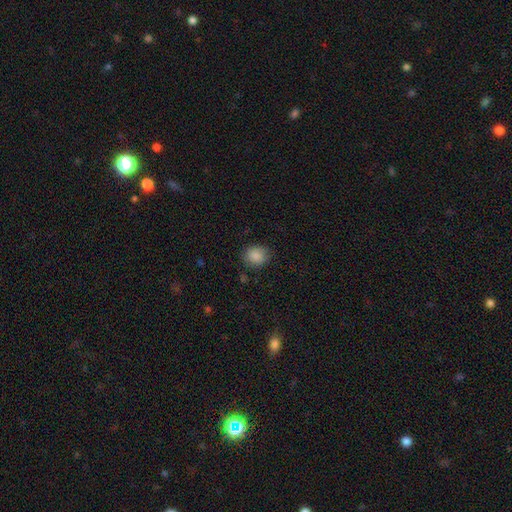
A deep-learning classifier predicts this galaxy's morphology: A smooth galaxy with no disk features (88%) that is round (65%).

Vote fractions:
- Smooth or featured? smooth: 88% / star or artifact: 8% / featured or disk: 4%
- How rounded? round: 65% / in between: 35% / cigar-shaped: 1%
- Merging? none: 80% / minor disturbance: 15% / major disturbance: 4% / merger: 1%